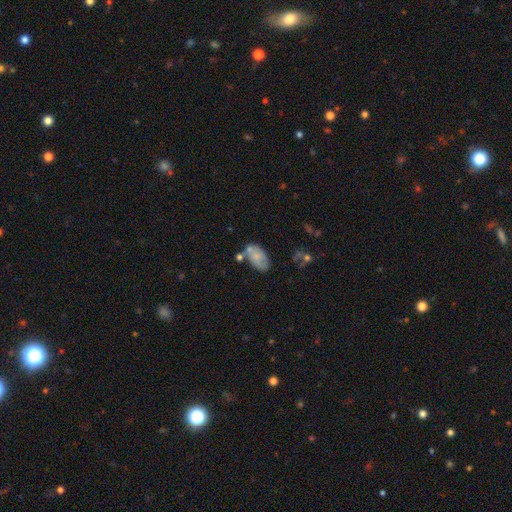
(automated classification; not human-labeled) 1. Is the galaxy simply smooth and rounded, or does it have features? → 65% smooth, 27% featured or disk, 8% star or artifact.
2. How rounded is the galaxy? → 92% in between, 5% round, 2% cigar-shaped.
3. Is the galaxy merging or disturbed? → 47% none, 24% minor disturbance, 20% merger, 8% major disturbance.